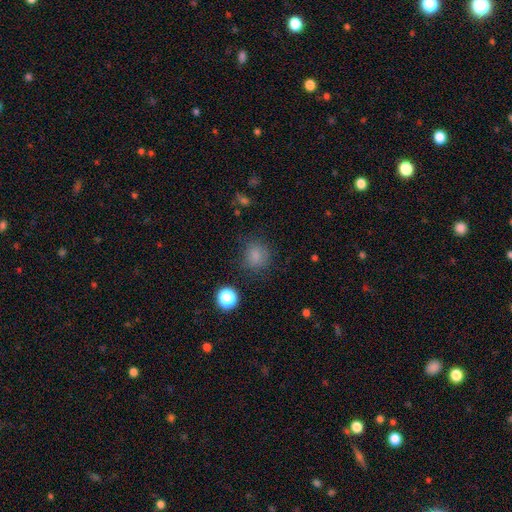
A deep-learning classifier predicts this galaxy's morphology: smooth-or-featured: smooth: 80% | star or artifact: 15% | featured or disk: 5%
  how-rounded: round: 86% | in between: 13% | cigar-shaped: 1%
  merging: none: 79% | minor disturbance: 14% | major disturbance: 5% | merger: 2%